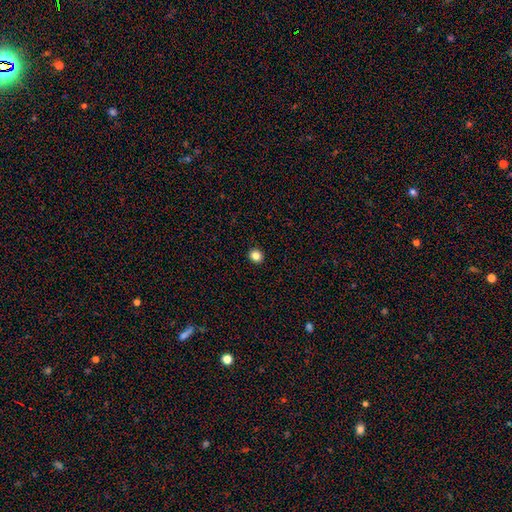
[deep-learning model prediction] Smooth or featured? smooth (85%)
How rounded? round (81%)
Merging? none (93%)